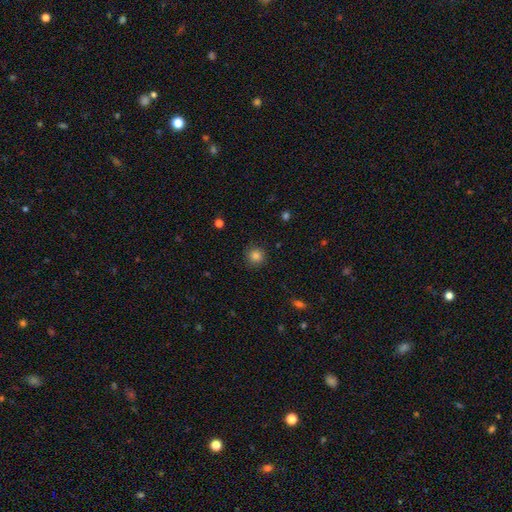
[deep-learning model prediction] Smooth or featured? Predicted: smooth (p=0.83). How rounded? Predicted: round (p=0.94). Merging? Predicted: none (p=0.89).